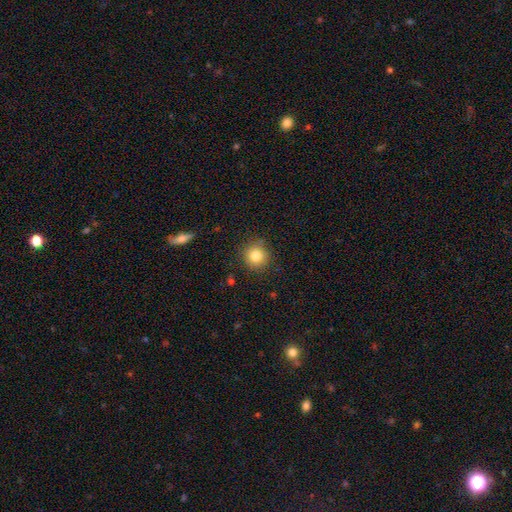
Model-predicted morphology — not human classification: smooth-or-featured: smooth: 83% | star or artifact: 11% | featured or disk: 7%
  how-rounded: round: 92% | in between: 7% | cigar-shaped: 1%
  merging: none: 87% | minor disturbance: 9% | major disturbance: 3% | merger: 2%